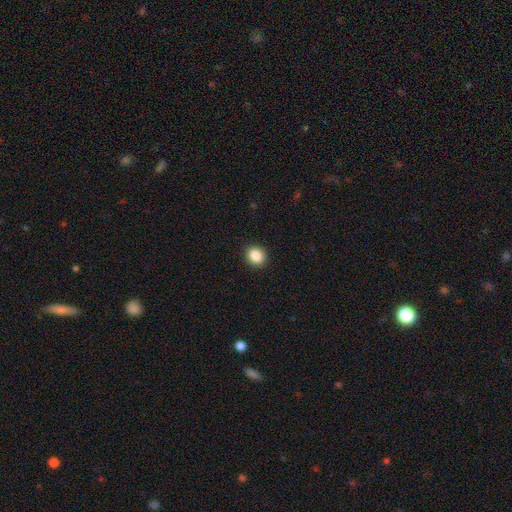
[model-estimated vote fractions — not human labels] A smooth galaxy with no disk features (87%) that is round (70%). Merging: none (92%).